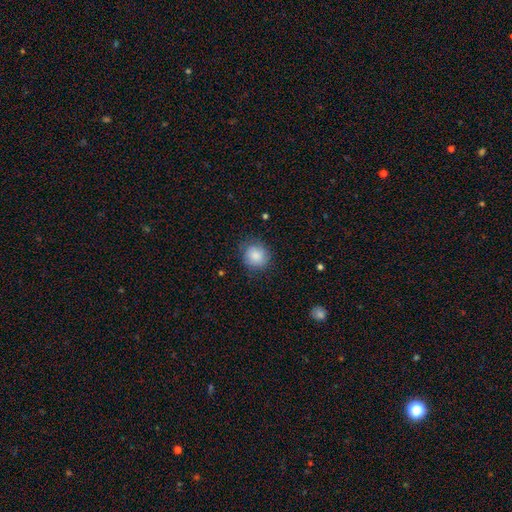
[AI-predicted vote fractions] Smooth or featured? smooth (84%)
How rounded? round (85%)
Merging? none (79%)